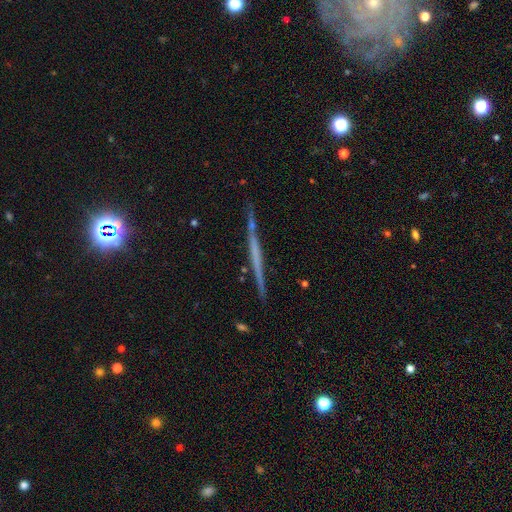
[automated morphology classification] A featured or disk galaxy (63%) viewed edge-on (97%) with no central bulge (87%).

Vote fractions:
- Smooth or featured? featured or disk: 63% / smooth: 29% / star or artifact: 9%
- Edge-on disk? yes: 97% / no: 3%
- Edge-on bulge? none: 87% / rounded: 7% / boxy: 6%
- Merging? none: 88% / minor disturbance: 9% / major disturbance: 2% / merger: 2%